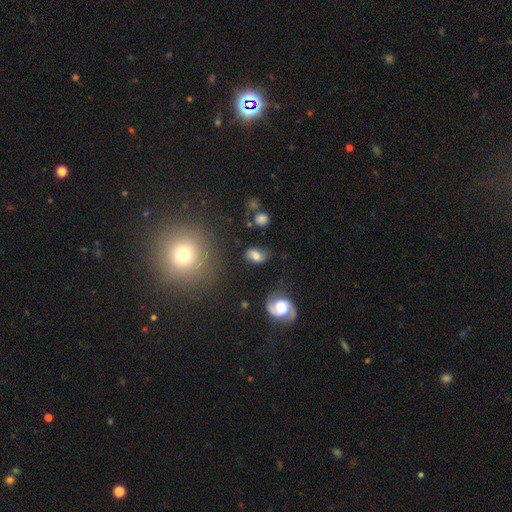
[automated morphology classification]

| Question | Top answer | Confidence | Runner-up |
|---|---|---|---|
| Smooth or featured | smooth | 64% | featured or disk (26%) |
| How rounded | in between | 80% | round (19%) |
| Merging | none | 71% | minor disturbance (17%) |